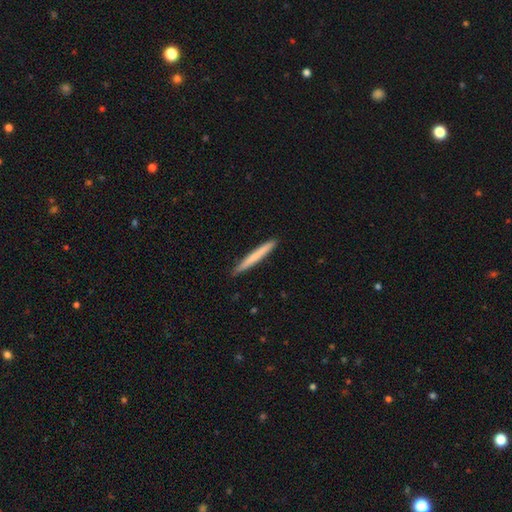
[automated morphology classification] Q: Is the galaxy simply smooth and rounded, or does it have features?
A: smooth — 67%.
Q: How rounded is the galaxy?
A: cigar-shaped — 97%.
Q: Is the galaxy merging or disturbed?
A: none — 92%.